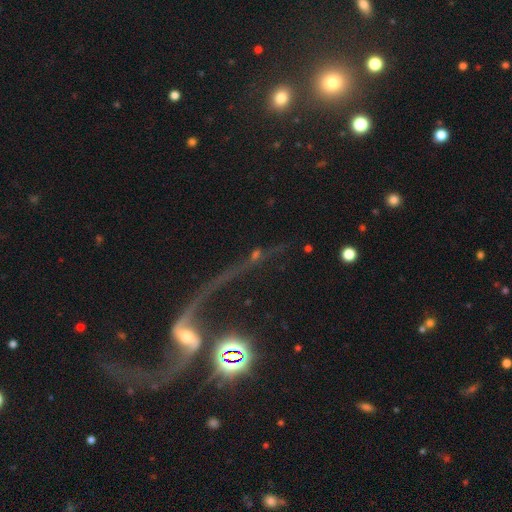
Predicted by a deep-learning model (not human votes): Smooth or featured: featured or disk — 44% (star or artifact — 38%)
Merging: none — 43% (major disturbance — 26%)